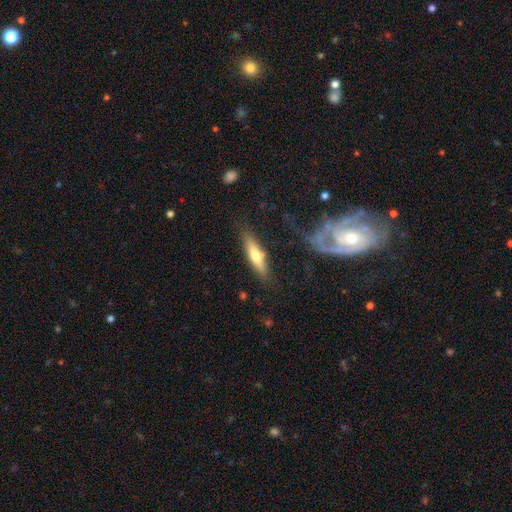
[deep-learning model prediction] Smooth or featured: smooth — 54% (featured or disk — 39%)
How rounded: cigar-shaped — 74% (in between — 24%)
Merging: none — 76% (minor disturbance — 14%)